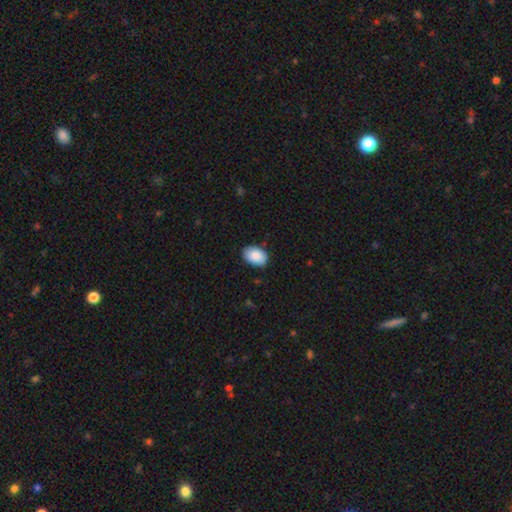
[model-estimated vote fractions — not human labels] Q: Smooth or featured?
A: smooth (88%); runner-up: star or artifact (6%)
Q: How rounded?
A: in between (86%); runner-up: round (13%)
Q: Merging?
A: none (85%); runner-up: minor disturbance (12%)